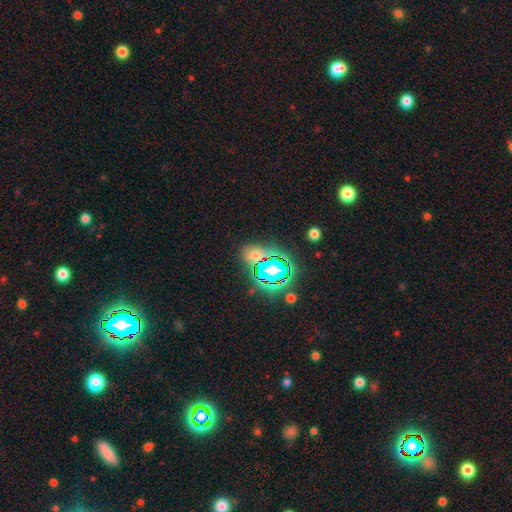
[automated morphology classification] star or artifact 51%, smooth 37%, featured or disk 12%.